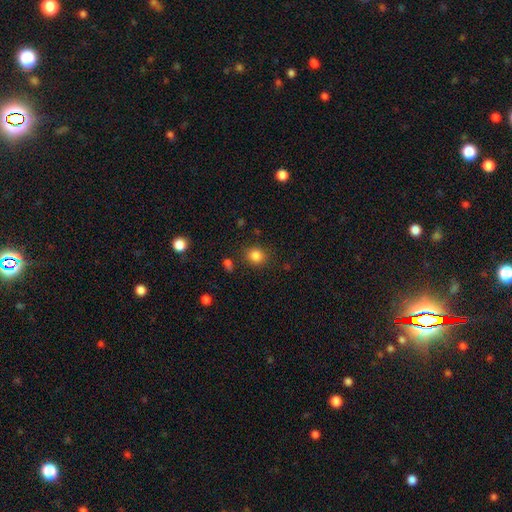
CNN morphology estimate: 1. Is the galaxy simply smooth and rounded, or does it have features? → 84% smooth, 12% star or artifact, 5% featured or disk.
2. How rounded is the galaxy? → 80% round, 19% in between, 1% cigar-shaped.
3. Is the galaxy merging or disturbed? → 83% none, 10% minor disturbance, 4% major disturbance, 3% merger.